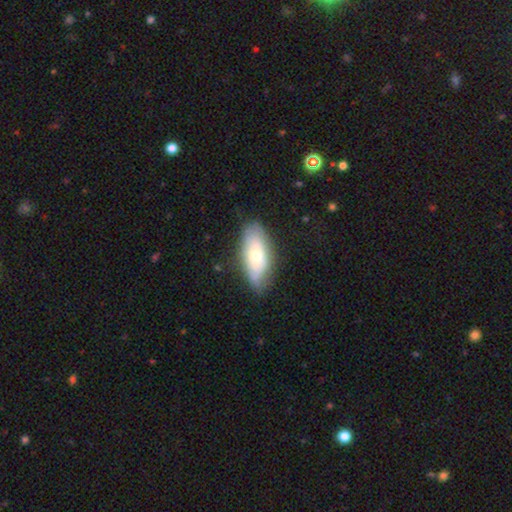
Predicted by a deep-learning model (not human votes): smooth_or_featured: smooth (p=0.61) [alt: featured or disk p=0.33]
how_rounded: in between (p=0.84) [alt: cigar-shaped p=0.13]
merging: none (p=0.69) [alt: minor disturbance p=0.24]